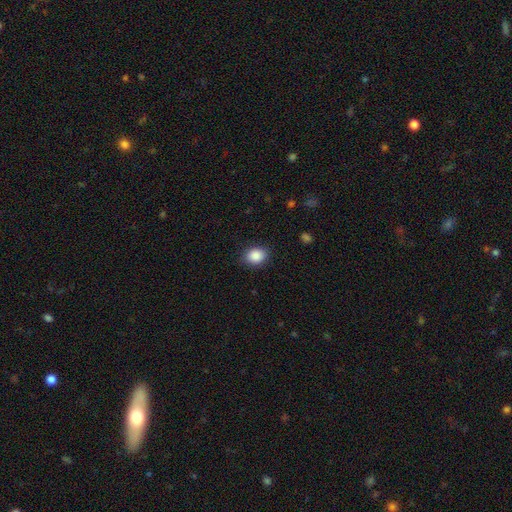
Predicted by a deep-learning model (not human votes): This is clearly a smooth galaxy (88%). How rounded: possibly in between (53%). Merging: clearly none (86%).